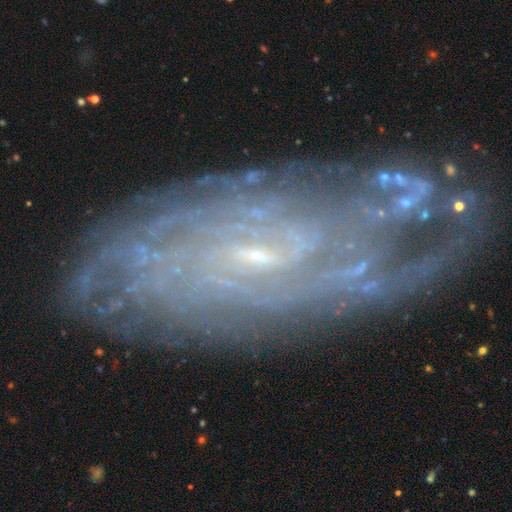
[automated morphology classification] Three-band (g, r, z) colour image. It shows a featured or disk galaxy (86%) with a weak bar (49%), tight (66%) spiral arms (95%) and a small central bulge (76%). Merging: none (71%).